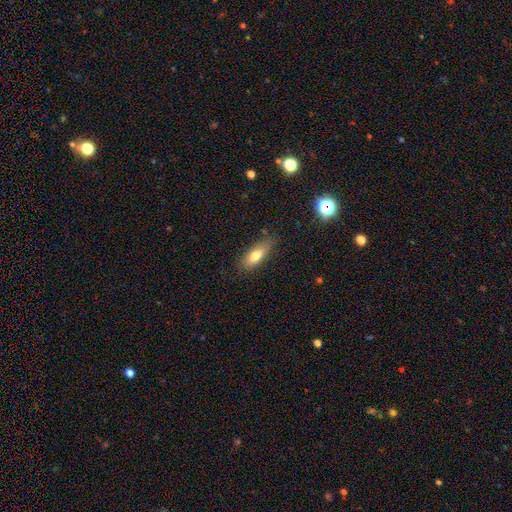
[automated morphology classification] A smooth galaxy with no disk features (73%) that is in between round and cigar-shaped (68%). Merging: none (77%).